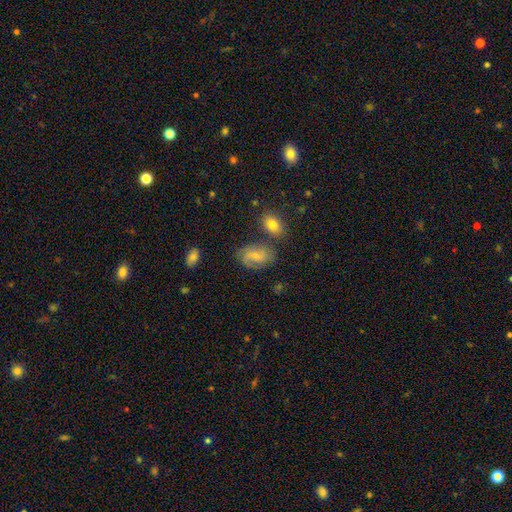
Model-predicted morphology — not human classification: Smooth or featured: featured or disk — 49% (smooth — 41%)
Merging: none — 64% (minor disturbance — 20%)